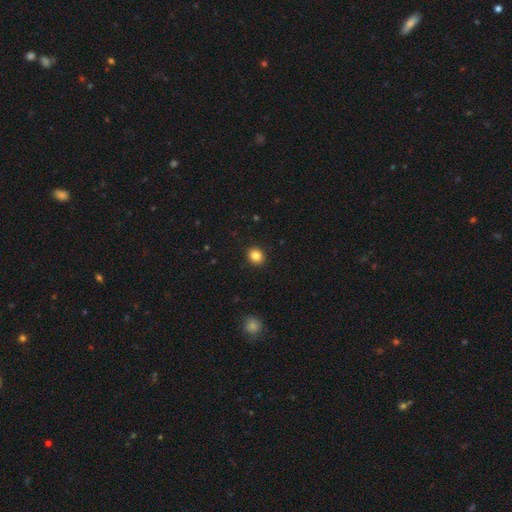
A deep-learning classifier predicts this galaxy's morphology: A smooth galaxy with no disk features (84%) that is round (76%).

Vote fractions:
- Smooth or featured? smooth: 84% / star or artifact: 10% / featured or disk: 5%
- How rounded? round: 76% / in between: 23% / cigar-shaped: 1%
- Merging? none: 92% / minor disturbance: 5% / major disturbance: 2% / merger: 1%